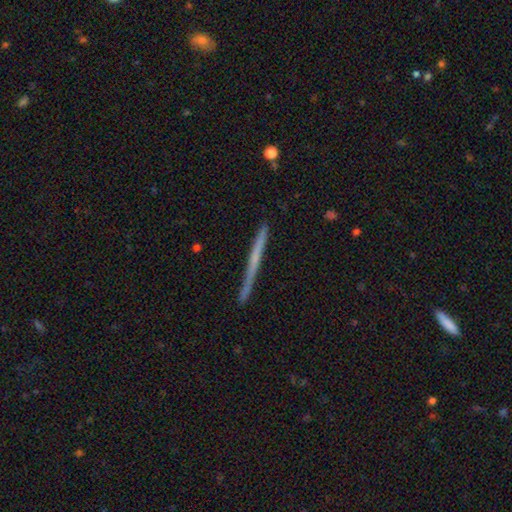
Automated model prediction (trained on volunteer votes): Overall: featured or disk (54%; smooth 40%). Edge-on disk: yes (98%). Edge-on bulge: none (87%). Merging: none (89%).